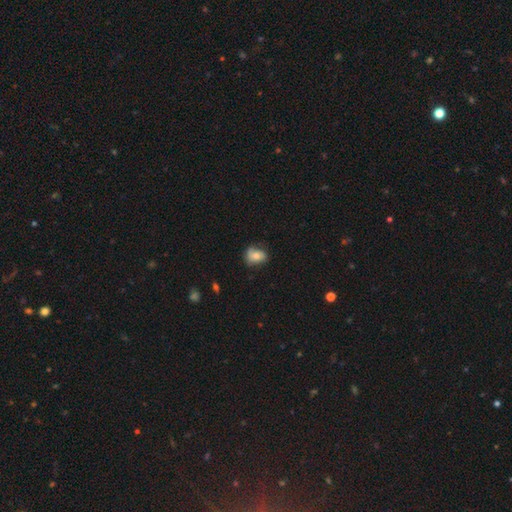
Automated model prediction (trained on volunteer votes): The model was most divided on "merging": none: 57%, minor disturbance: 31%, major disturbance: 10%, merger: 2%. More confident: how rounded — in between (66%); smooth or featured — smooth (65%).